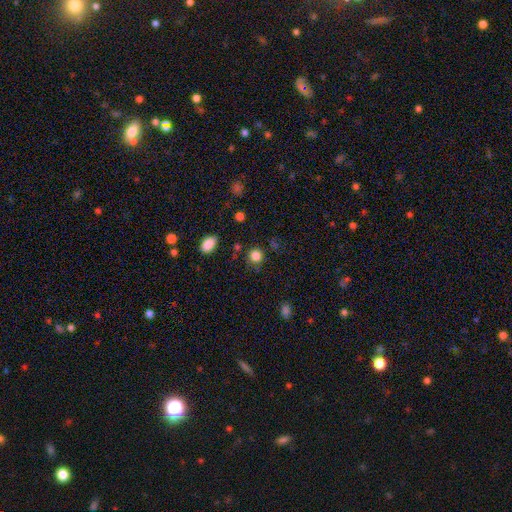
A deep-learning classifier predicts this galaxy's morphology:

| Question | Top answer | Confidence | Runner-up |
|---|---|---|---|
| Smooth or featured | smooth | 84% | star or artifact (12%) |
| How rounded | round | 88% | in between (11%) |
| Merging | none | 80% | minor disturbance (13%) |